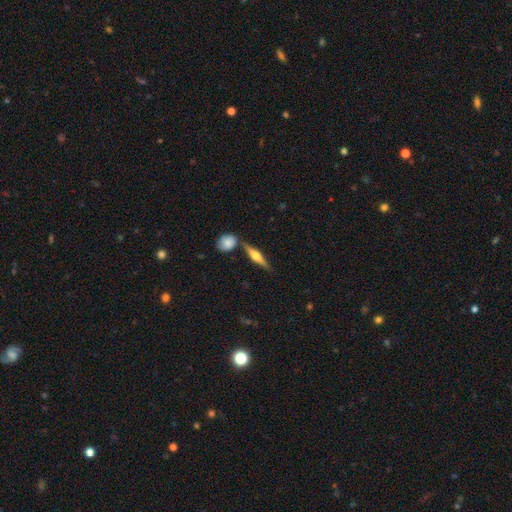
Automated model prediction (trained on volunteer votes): A featured or disk galaxy (64%) viewed edge-on (96%) with a rounded central bulge (92%).

Vote fractions:
- Smooth or featured? featured or disk: 64% / smooth: 30% / star or artifact: 6%
- Edge-on disk? yes: 96% / no: 4%
- Edge-on bulge? rounded: 92% / boxy: 6% / none: 3%
- Merging? none: 76% / merger: 11% / minor disturbance: 10% / major disturbance: 3%